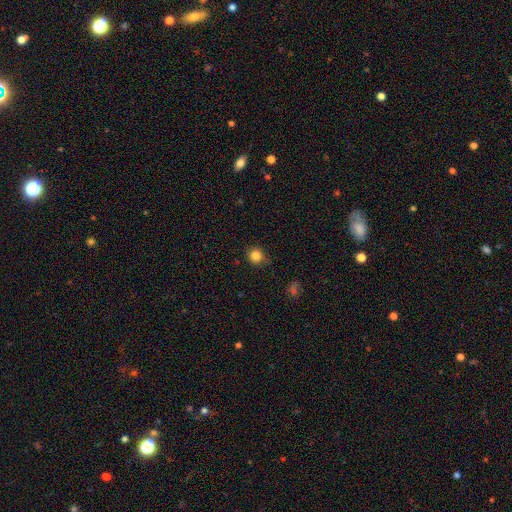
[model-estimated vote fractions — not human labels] smooth 84%, star or artifact 12%, featured or disk 4%. Down the decision tree: how rounded — round (89%); merging — none (83%).